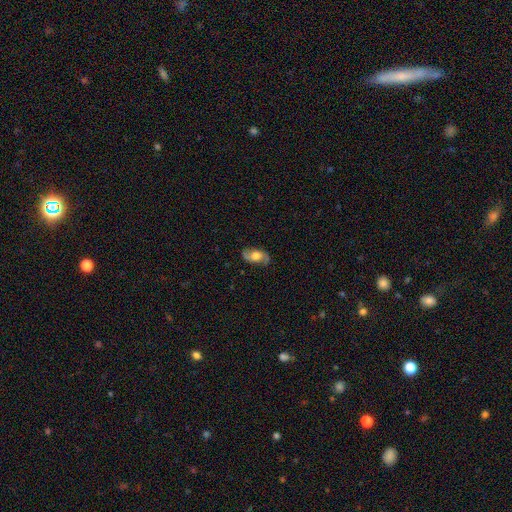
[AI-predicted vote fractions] Overall: featured or disk (62%; smooth 30%). Edge-on disk: no (93%). Bar: no (68%). Spiral arms: yes (86%). Bulge size: moderate (54%; large 34%). Merging: none (80%).